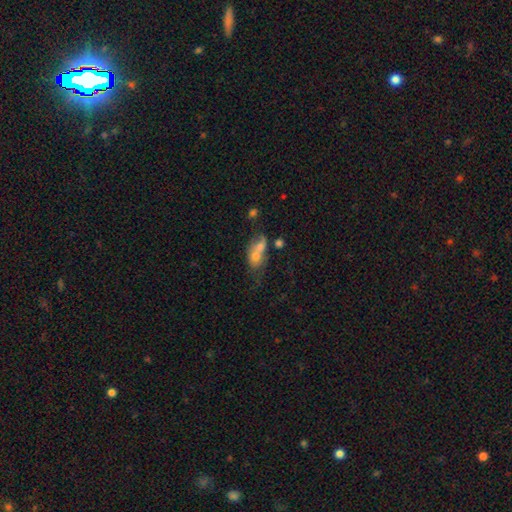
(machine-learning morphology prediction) Smooth or featured? smooth (63%)
How rounded? in between (73%)
Merging? merger (54%)